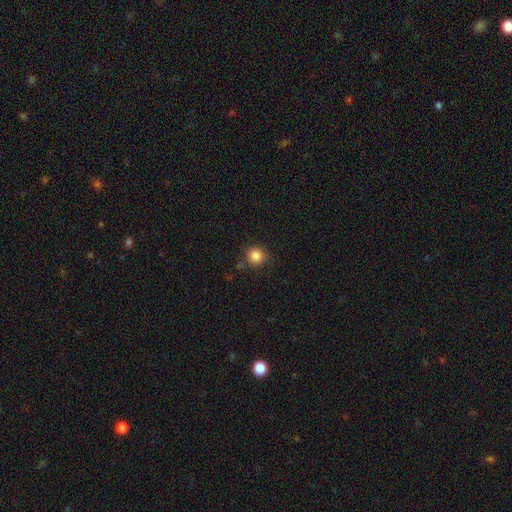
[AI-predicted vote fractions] Smooth or featured? Predicted: smooth (p=0.84). How rounded? Predicted: round (p=0.91). Merging? Predicted: none (p=0.85).